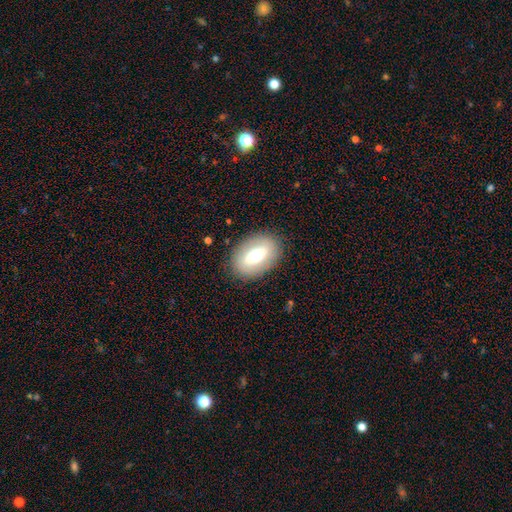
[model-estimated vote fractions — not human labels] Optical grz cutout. It shows a smooth galaxy with no disk features (56%) that is in between round and cigar-shaped (85%). Merging: none (85%).